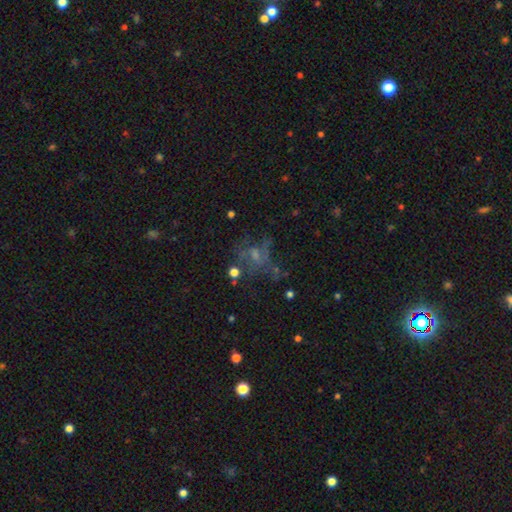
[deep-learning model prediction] This appears to be a featured or disk galaxy (46%). Merging: none (39%).